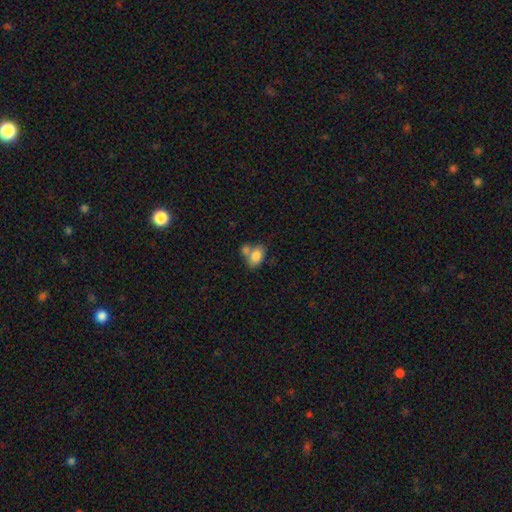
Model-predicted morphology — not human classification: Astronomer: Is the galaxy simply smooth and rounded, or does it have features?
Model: smooth — 80%.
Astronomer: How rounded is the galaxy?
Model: in between — 82%.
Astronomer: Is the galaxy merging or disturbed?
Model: merger — 44% (runner-up: none, 37%).